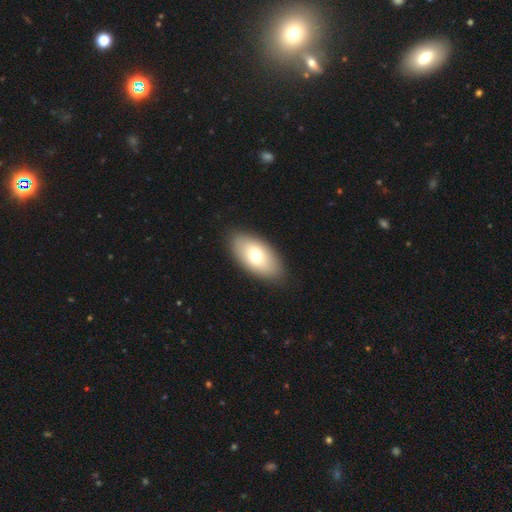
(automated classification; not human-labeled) smooth 70%, featured or disk 23%, star or artifact 7%. Down the decision tree: how rounded — in between (93%); merging — none (88%).